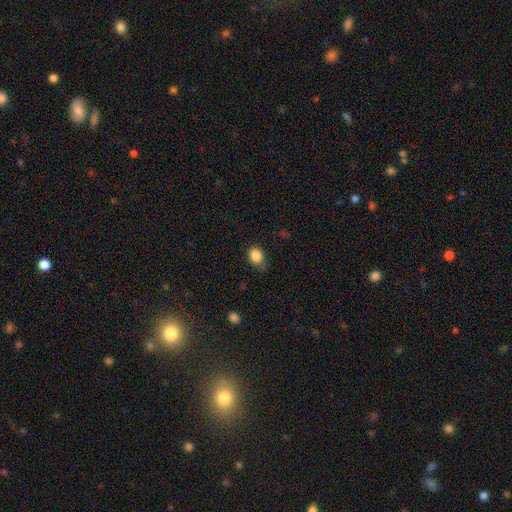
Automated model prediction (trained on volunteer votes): A smooth galaxy with no disk features (85%) that is in between round and cigar-shaped (55%). Merging: none (67%).